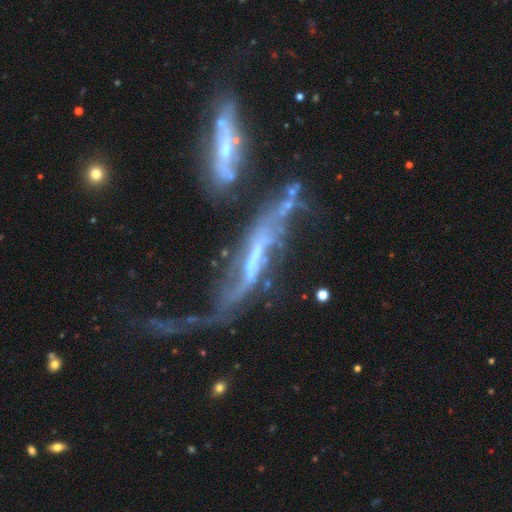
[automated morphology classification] A featured or disk galaxy (77%) with a strong bar (38%), spiral arms (71%) and a small central bulge (36%). Merging: merger (35%).